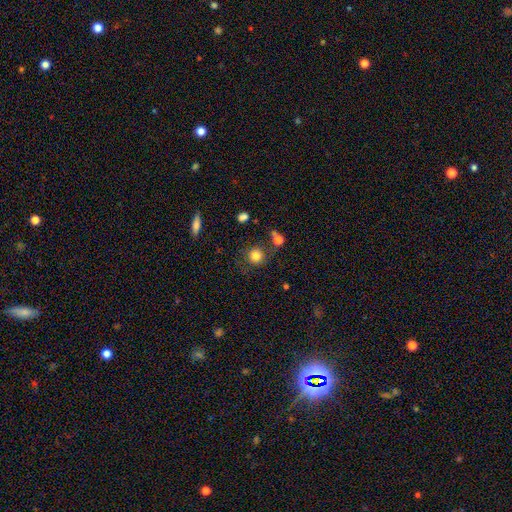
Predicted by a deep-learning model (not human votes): Smooth or featured?
  - smooth: 82% *
  - star or artifact: 11%
  - featured or disk: 7%
How rounded?
  - round: 91% *
  - in between: 8%
  - cigar-shaped: 1%
Merging?
  - none: 74% *
  - minor disturbance: 12%
  - merger: 8%
  - major disturbance: 6%